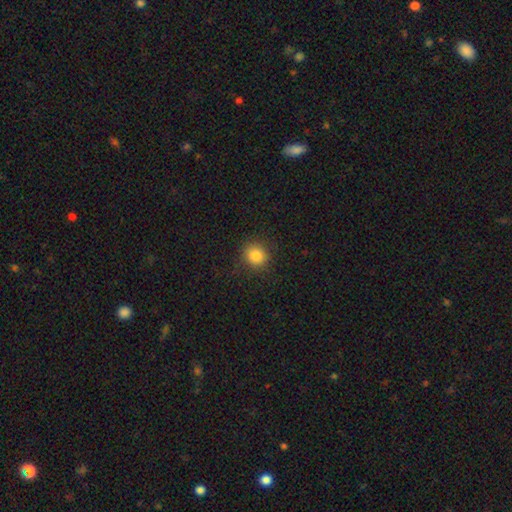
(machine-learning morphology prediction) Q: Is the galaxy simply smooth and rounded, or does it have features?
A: smooth — 84%.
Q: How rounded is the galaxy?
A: round — 88%.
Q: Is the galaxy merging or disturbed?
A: none — 88%.